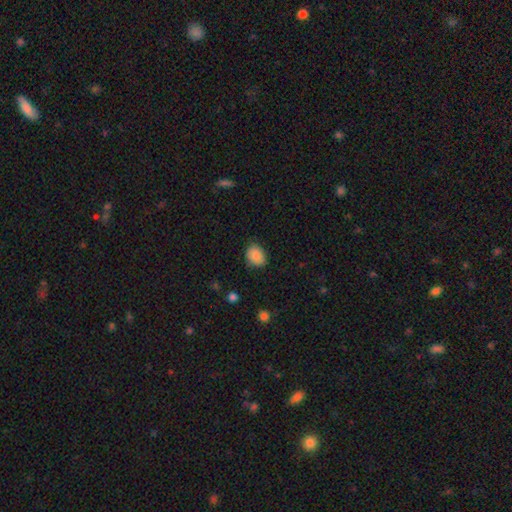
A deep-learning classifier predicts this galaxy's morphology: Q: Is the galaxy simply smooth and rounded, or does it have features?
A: smooth — 86%.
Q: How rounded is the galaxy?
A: in between — 54%.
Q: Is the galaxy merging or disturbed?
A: none — 75%.